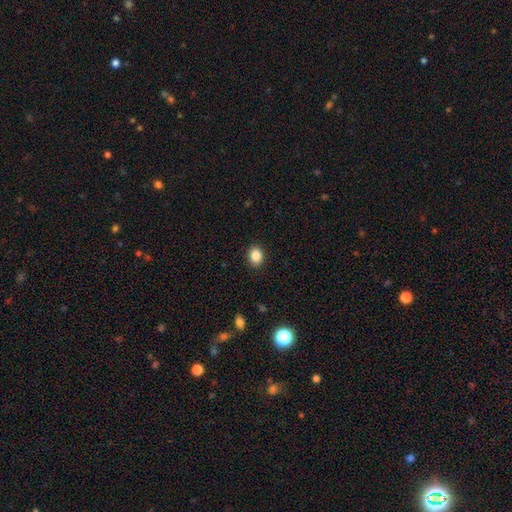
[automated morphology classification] The model was most divided on "how rounded": in between: 60%, round: 39%, cigar-shaped: 1%. More confident: merging — none (90%); smooth or featured — smooth (86%).